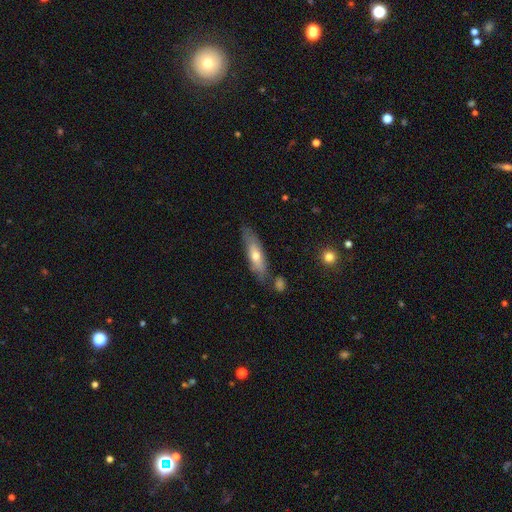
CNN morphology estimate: Smooth or featured? Predicted: smooth (p=0.54). How rounded? Predicted: cigar-shaped (p=0.62). Merging? Predicted: none (p=0.71).